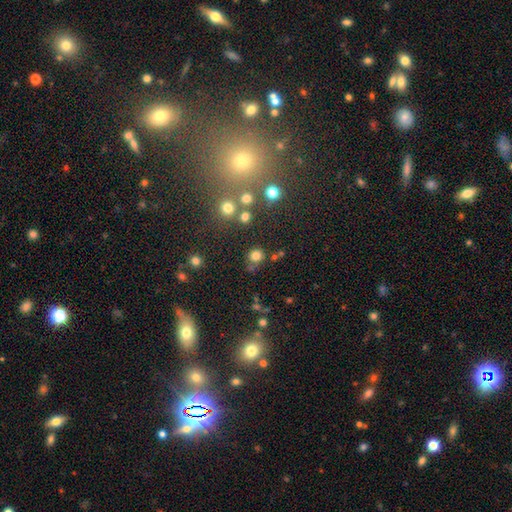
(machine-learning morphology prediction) smooth_or_featured: smooth (p=0.78) [alt: star or artifact p=0.16]
how_rounded: round (p=0.85) [alt: in between p=0.14]
merging: none (p=0.76) [alt: minor disturbance p=0.10]